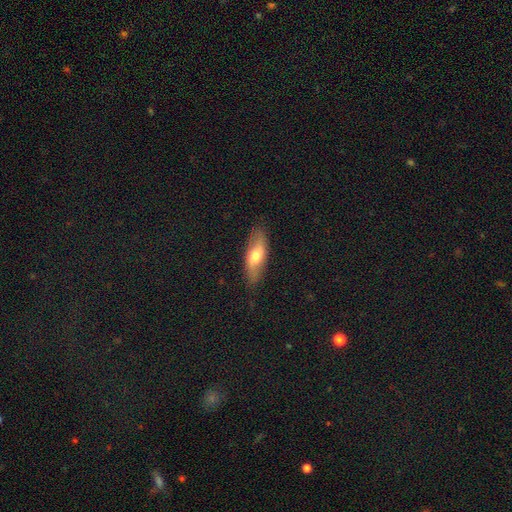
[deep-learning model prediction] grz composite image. It shows a smooth galaxy with no disk features (57%) that is in between round and cigar-shaped (68%). Merging: none (80%).